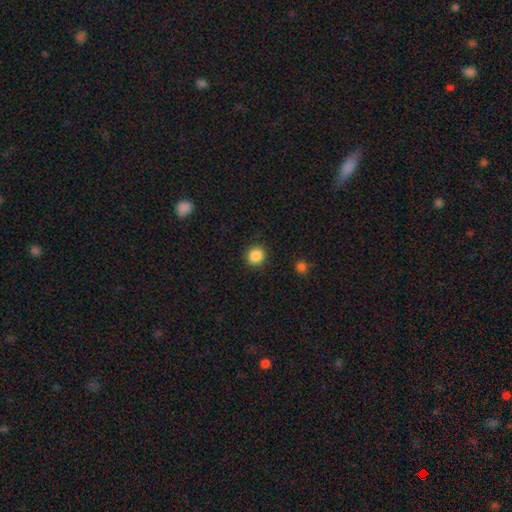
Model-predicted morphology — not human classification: smooth-or-featured: smooth: 87% | star or artifact: 10% | featured or disk: 3%
  how-rounded: round: 91% | in between: 8% | cigar-shaped: 1%
  merging: none: 91% | minor disturbance: 6% | major disturbance: 2% | merger: 1%